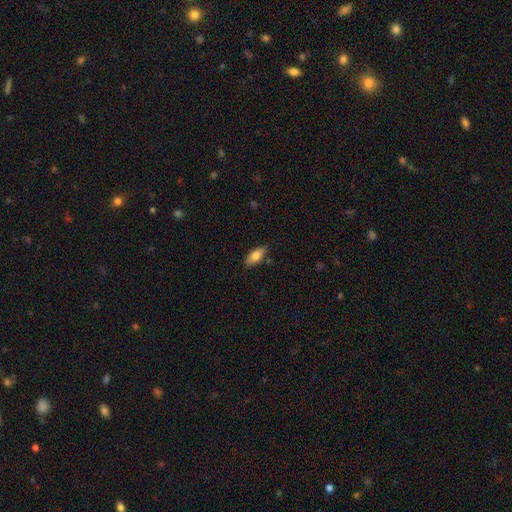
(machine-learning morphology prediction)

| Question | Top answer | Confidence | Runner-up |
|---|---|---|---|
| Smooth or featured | smooth | 74% | featured or disk (19%) |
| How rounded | in between | 77% | cigar-shaped (20%) |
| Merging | none | 83% | minor disturbance (12%) |